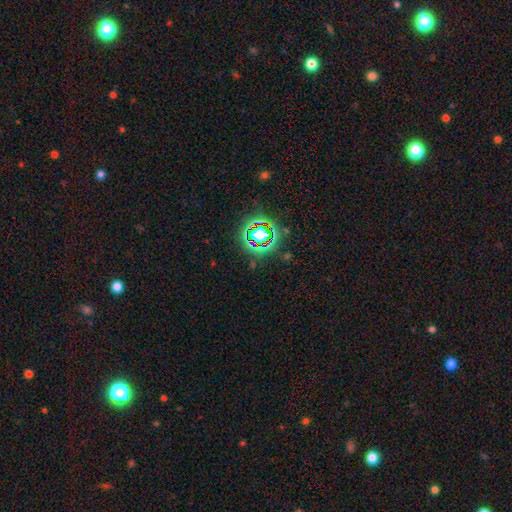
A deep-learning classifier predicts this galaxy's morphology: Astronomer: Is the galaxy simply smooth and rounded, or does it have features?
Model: star or artifact — 79%.